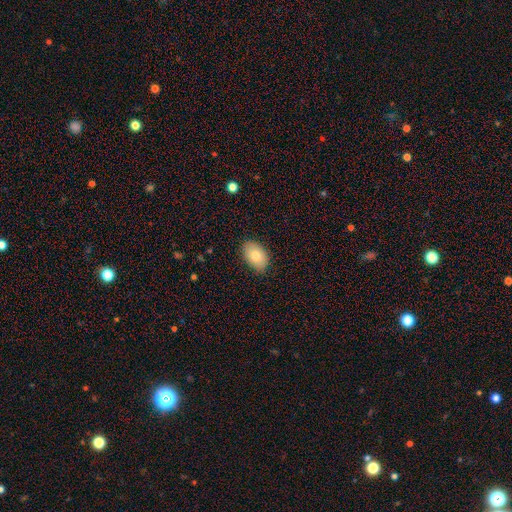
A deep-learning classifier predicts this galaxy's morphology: smooth 80%, featured or disk 12%, star or artifact 7%. Down the decision tree: how rounded — in between (89%); merging — none (85%).